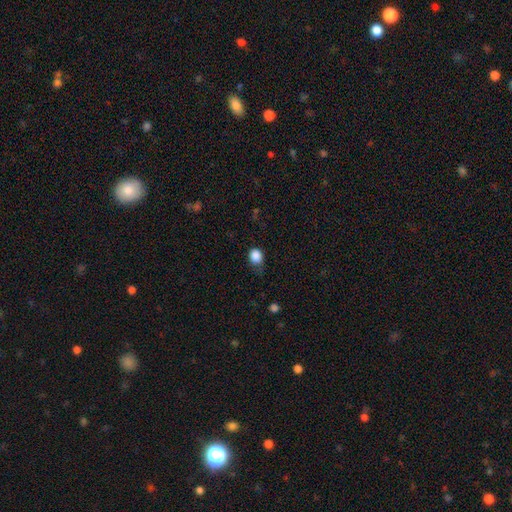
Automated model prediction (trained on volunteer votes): A smooth galaxy with no disk features (86%) that is round (58%). Merging: none (59%).